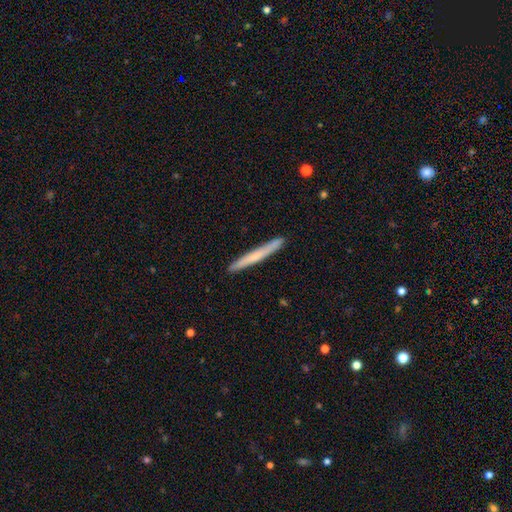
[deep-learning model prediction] smooth-or-featured: smooth: 59% | featured or disk: 35% | star or artifact: 6%
  how-rounded: cigar-shaped: 97% | in between: 2% | round: 1%
  merging: none: 91% | minor disturbance: 7% | major disturbance: 1% | merger: 1%